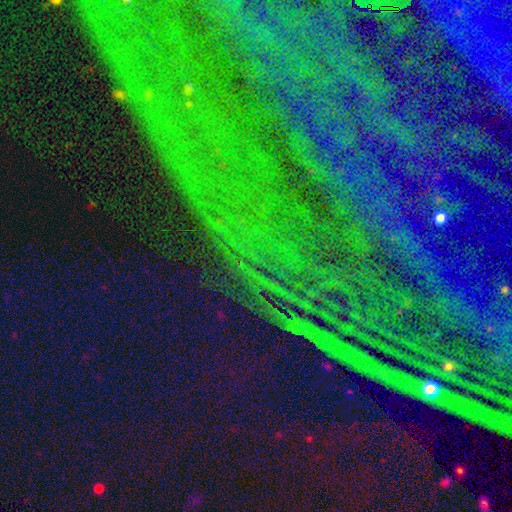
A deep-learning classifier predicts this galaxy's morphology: Overall: star or artifact (87%).